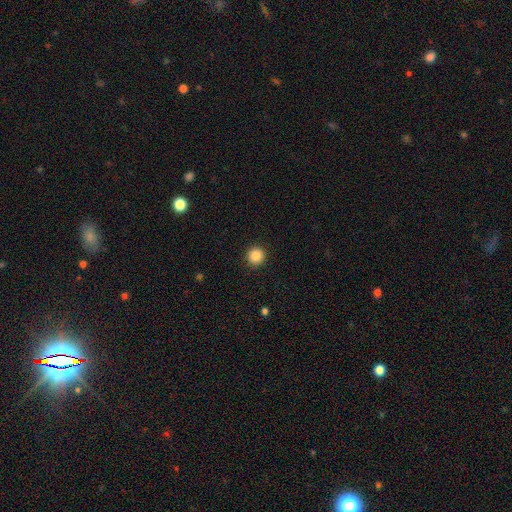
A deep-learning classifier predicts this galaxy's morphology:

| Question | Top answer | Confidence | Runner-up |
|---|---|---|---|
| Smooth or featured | smooth | 87% | star or artifact (10%) |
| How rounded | round | 95% | in between (4%) |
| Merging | none | 92% | minor disturbance (5%) |